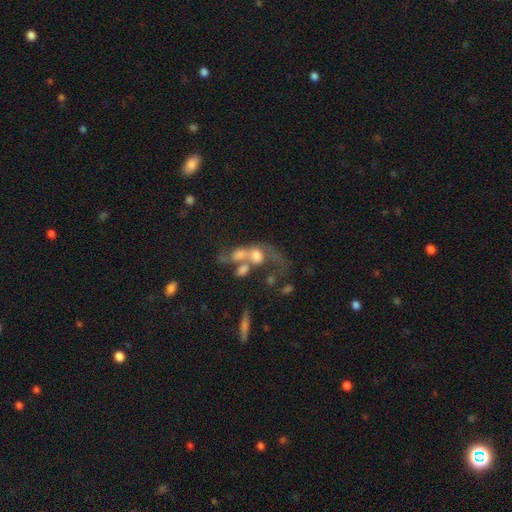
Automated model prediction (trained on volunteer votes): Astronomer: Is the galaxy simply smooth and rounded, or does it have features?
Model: smooth — 49% (runner-up: featured or disk, 38%).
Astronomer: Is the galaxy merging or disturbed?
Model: merger — 64%.